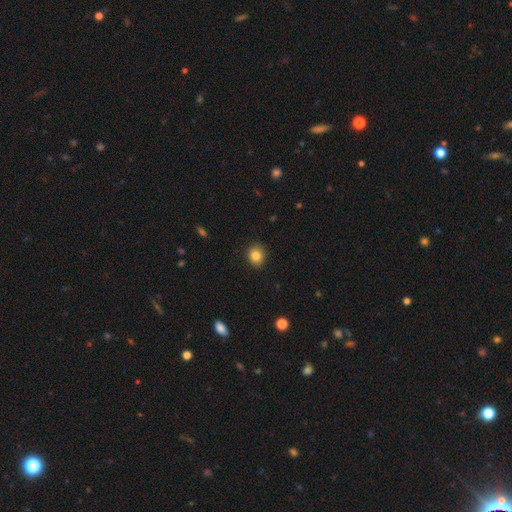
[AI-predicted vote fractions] smooth 83%, star or artifact 10%, featured or disk 7%. Down the decision tree: how rounded — round (69%); merging — none (89%).